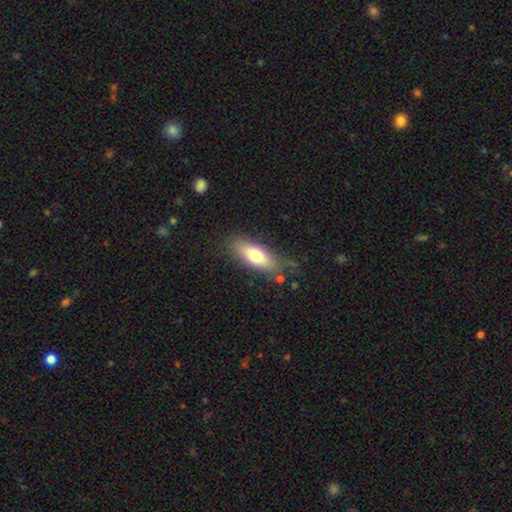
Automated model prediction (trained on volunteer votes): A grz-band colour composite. It shows a smooth galaxy with no disk features (70%) that is in between round and cigar-shaped (71%). Merging: none (71%).